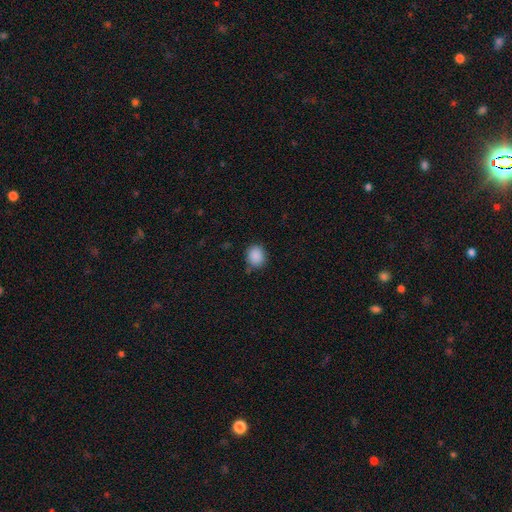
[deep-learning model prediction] Smooth or featured? smooth (88%)
How rounded? round (69%)
Merging? none (81%)